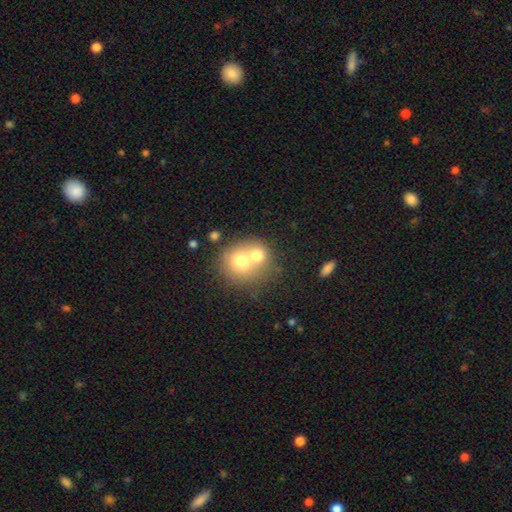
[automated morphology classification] The model was most divided on "merging": merger: 68%, none: 23%, minor disturbance: 6%, major disturbance: 3%. More confident: how rounded — round (75%); smooth or featured — smooth (68%).